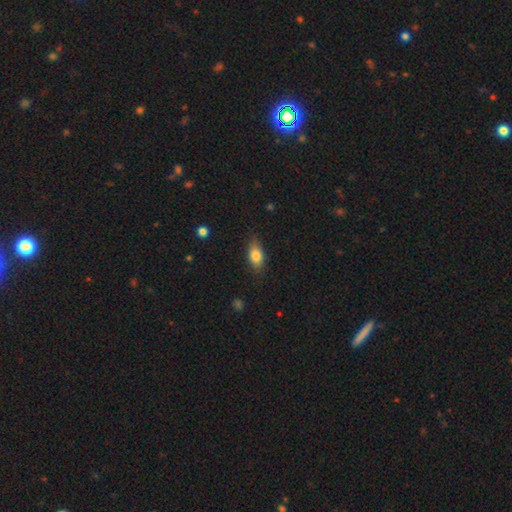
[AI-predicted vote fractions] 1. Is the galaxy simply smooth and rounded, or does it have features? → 79% smooth, 13% featured or disk, 8% star or artifact.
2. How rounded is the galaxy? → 84% in between, 9% cigar-shaped, 8% round.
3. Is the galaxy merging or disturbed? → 77% none, 18% minor disturbance, 3% major disturbance, 1% merger.